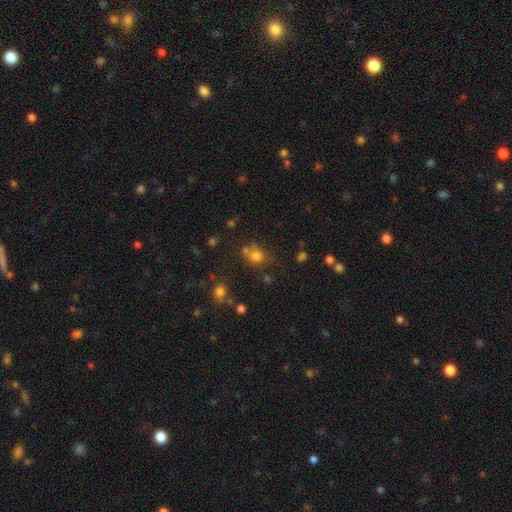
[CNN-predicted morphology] Smooth or featured? smooth (74%)
How rounded? round (76%)
Merging? none (58%)